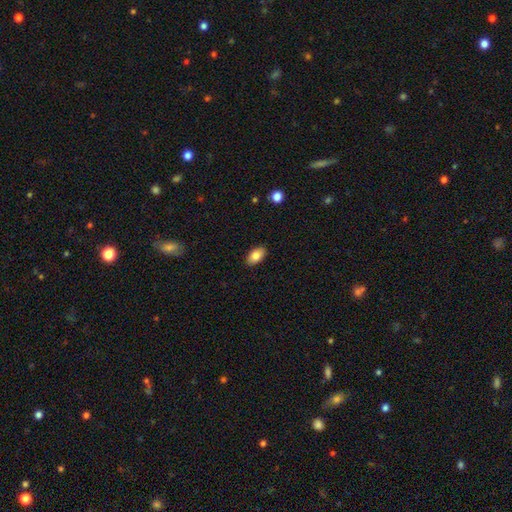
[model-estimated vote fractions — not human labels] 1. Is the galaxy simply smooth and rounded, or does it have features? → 82% smooth, 11% featured or disk, 7% star or artifact.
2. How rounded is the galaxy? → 92% in between, 6% round, 2% cigar-shaped.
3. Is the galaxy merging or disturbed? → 88% none, 9% minor disturbance, 2% major disturbance, 1% merger.